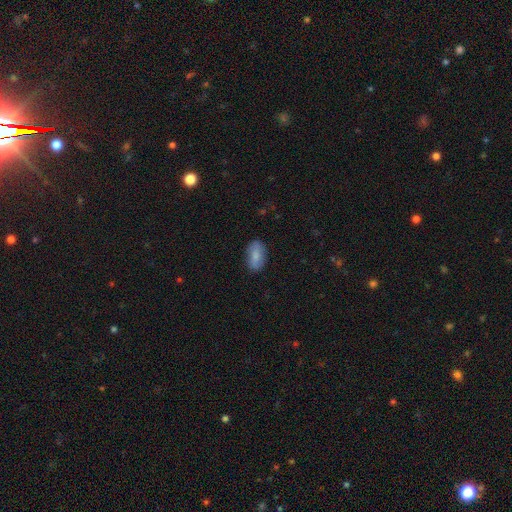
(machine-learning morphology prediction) Smooth or featured: smooth — 80% (featured or disk — 13%)
How rounded: in between — 91% (round — 5%)
Merging: none — 82% (minor disturbance — 14%)